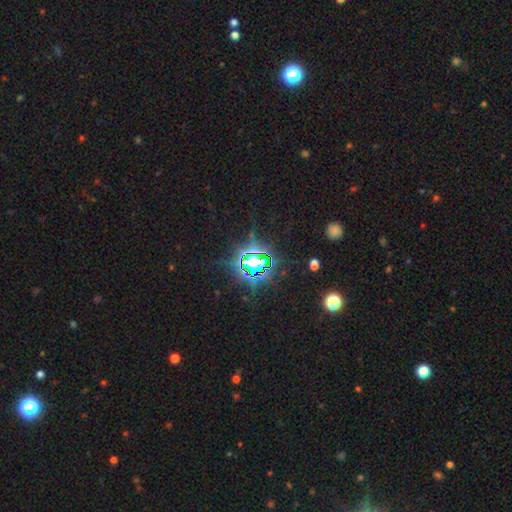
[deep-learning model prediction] smooth-or-featured: star or artifact: 81% | smooth: 11% | featured or disk: 9%